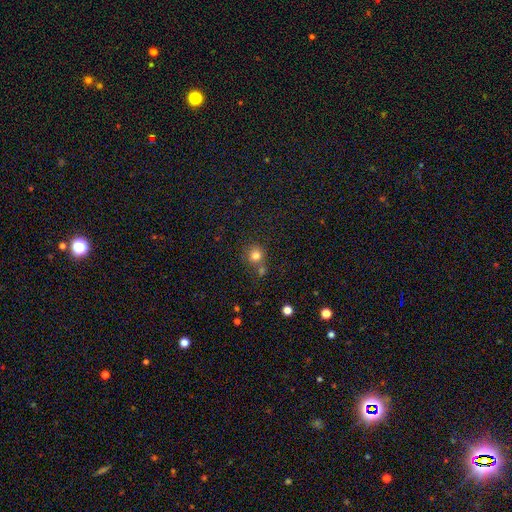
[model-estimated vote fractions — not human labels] Smooth or featured: smooth — 80% (star or artifact — 13%)
How rounded: round — 89% (in between — 10%)
Merging: none — 65% (merger — 20%)